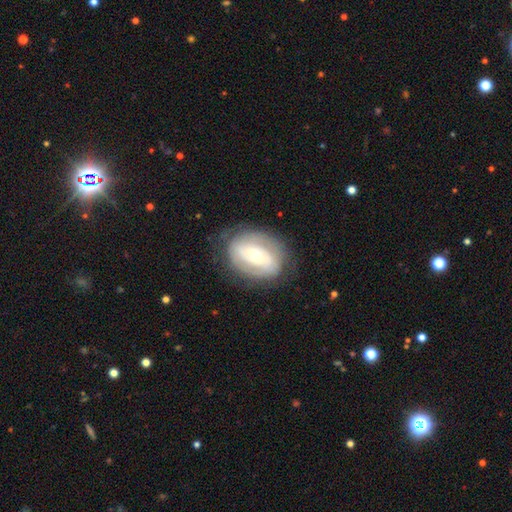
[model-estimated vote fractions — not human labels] The model was most divided on "bar": no: 38%, weak: 35%, strong: 26%. More confident: edge-on disk — no (94%); merging — none (75%); smooth or featured — featured or disk (64%); bulge size — moderate (58%); spiral arms — yes (58%).